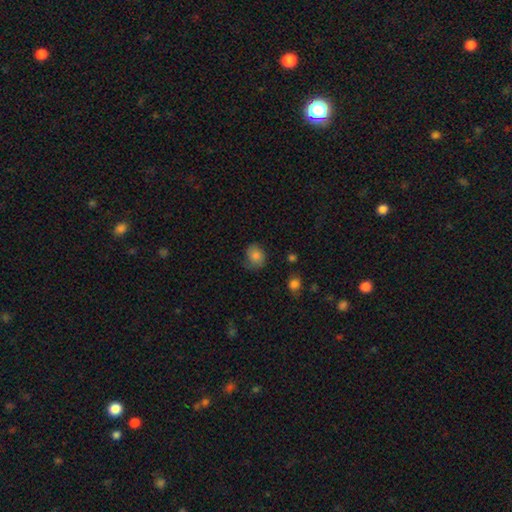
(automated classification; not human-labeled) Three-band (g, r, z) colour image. It shows a smooth galaxy with no disk features (81%) that is round (58%). Merging: none (63%).